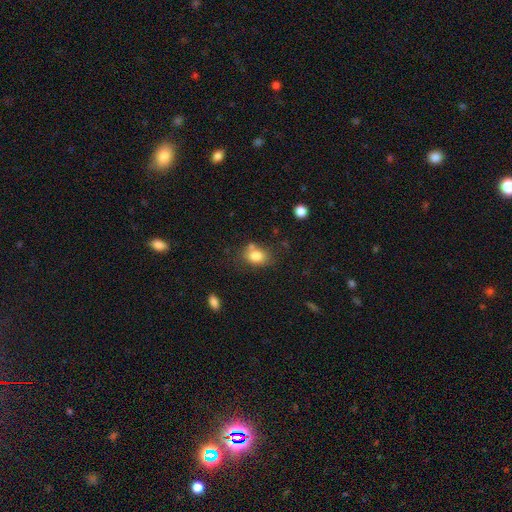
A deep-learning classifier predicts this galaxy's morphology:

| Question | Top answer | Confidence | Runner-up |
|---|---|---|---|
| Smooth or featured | smooth | 80% | star or artifact (10%) |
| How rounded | in between | 62% | round (37%) |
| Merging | none | 62% | minor disturbance (17%) |